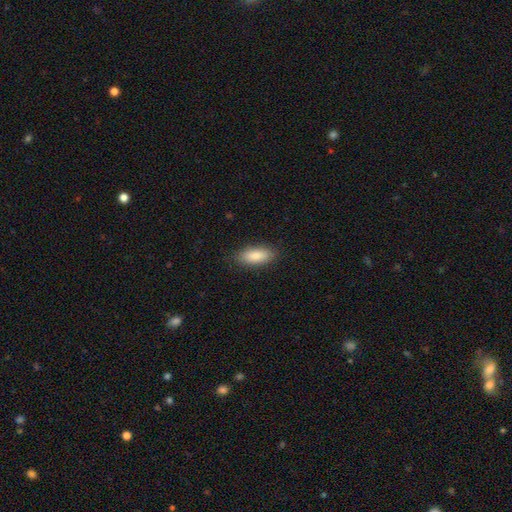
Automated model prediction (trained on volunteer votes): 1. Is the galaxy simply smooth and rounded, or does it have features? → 86% smooth, 8% featured or disk, 6% star or artifact.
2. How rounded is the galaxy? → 81% in between, 16% cigar-shaped, 2% round.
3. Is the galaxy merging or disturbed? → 86% none, 10% minor disturbance, 3% major disturbance, 1% merger.